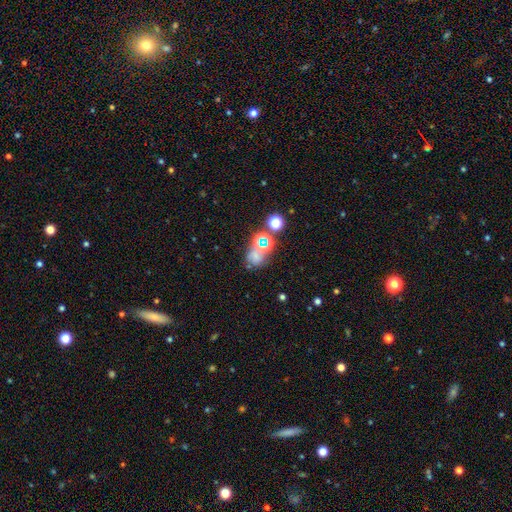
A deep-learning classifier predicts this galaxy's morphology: Smooth or featured? Predicted: smooth (p=0.41, tied with star or artifact). Merging? Predicted: none (p=0.45).